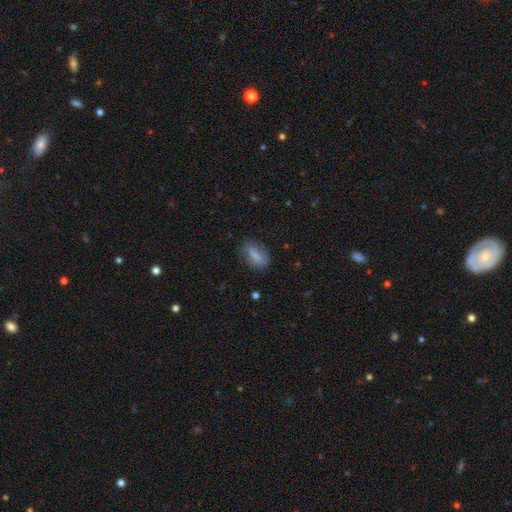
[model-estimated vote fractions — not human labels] Smooth or featured: smooth — 75% (featured or disk — 17%)
How rounded: in between — 80% (cigar-shaped — 12%)
Merging: none — 72% (minor disturbance — 20%)